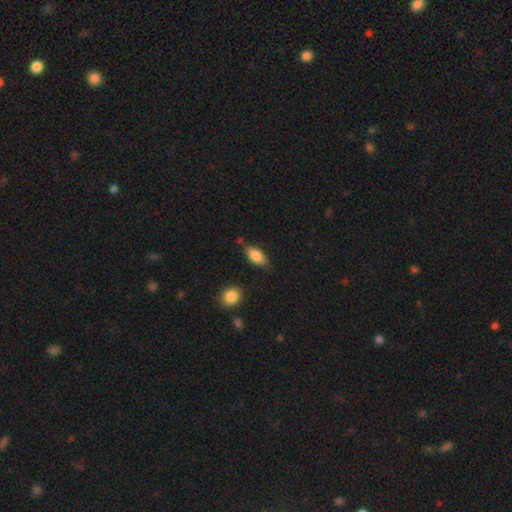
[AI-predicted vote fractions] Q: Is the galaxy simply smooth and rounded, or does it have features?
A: smooth — 84%.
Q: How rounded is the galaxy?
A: in between — 89%.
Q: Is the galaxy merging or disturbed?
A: none — 70%.